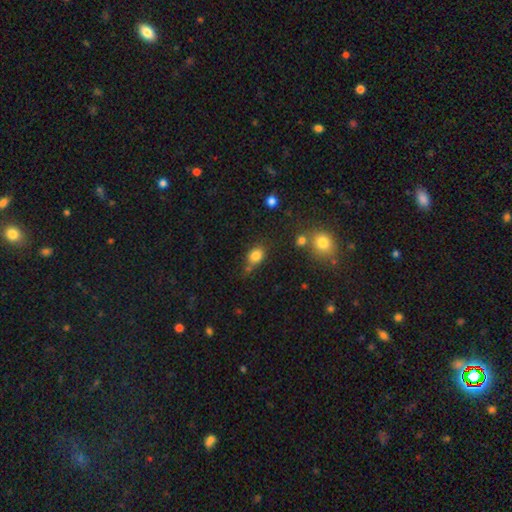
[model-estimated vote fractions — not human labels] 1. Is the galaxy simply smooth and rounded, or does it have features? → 82% smooth, 11% star or artifact, 6% featured or disk.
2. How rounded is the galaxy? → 55% in between, 44% round, 2% cigar-shaped.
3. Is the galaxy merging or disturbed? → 59% none, 21% minor disturbance, 14% merger, 7% major disturbance.